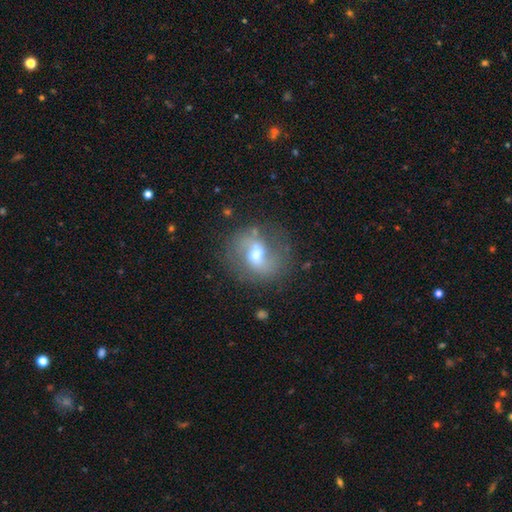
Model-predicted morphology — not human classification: Overall: featured or disk (65%; smooth 26%). Edge-on disk: no (96%). Bar: weak (50%; no 31%). Spiral arms: yes (78%). Bulge size: moderate (67%). Merging: none (70%).